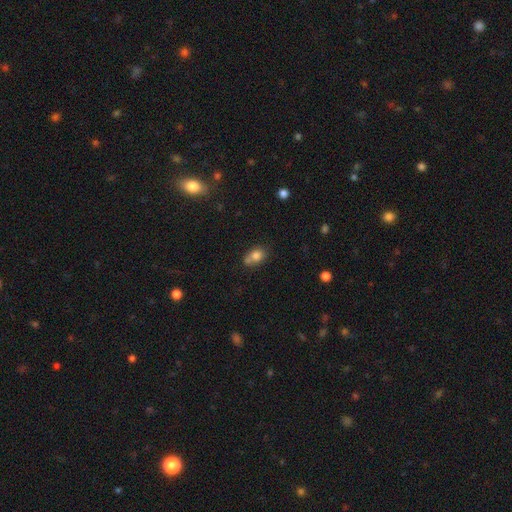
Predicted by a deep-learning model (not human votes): smooth-or-featured: smooth: 78% | featured or disk: 11% | star or artifact: 11%
  how-rounded: in between: 59% | round: 40% | cigar-shaped: 2%
  merging: none: 46% | merger: 29% | minor disturbance: 19% | major disturbance: 6%